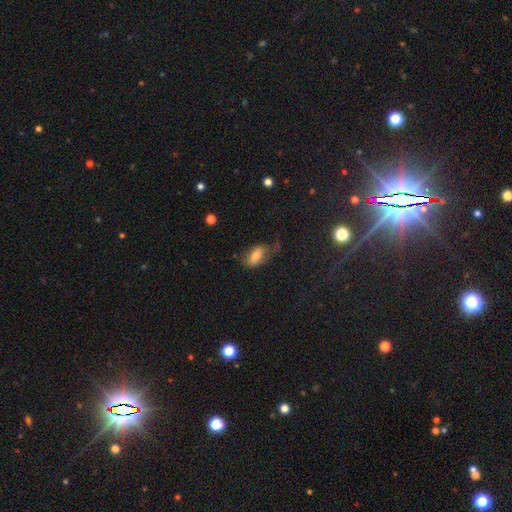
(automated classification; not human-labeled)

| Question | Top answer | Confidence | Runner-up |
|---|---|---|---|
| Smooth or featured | smooth | 71% | featured or disk (20%) |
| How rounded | in between | 90% | cigar-shaped (5%) |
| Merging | none | 47% | minor disturbance (29%) |